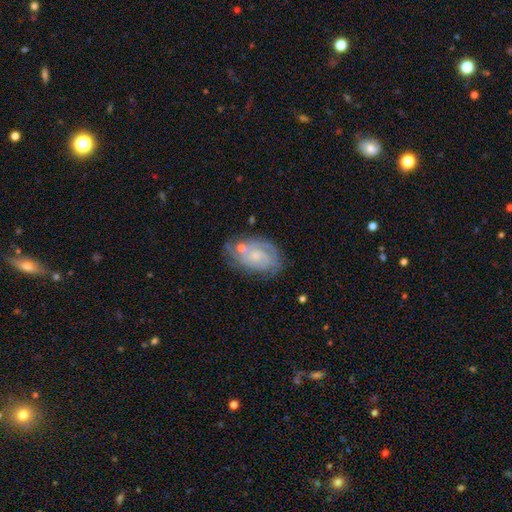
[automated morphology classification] type=featured or disk (71%); edge-on=no (97%); bar=no (72%); spiral arms=yes (88%); winding=tight (60%); arm count=2 (35%, tied with can't tell); bulge=small (59%); merging=none (62%).